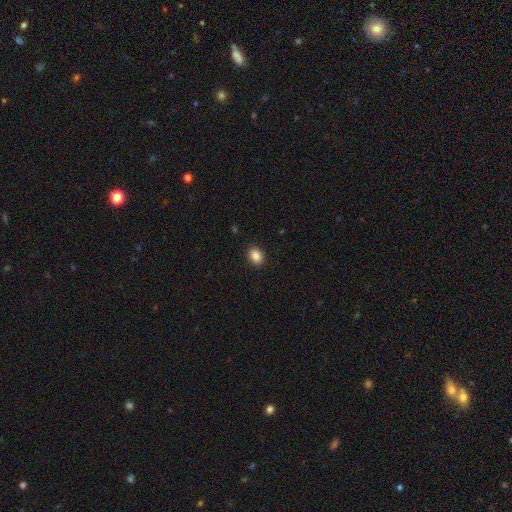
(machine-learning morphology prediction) A smooth galaxy with no disk features (88%) that is in between round and cigar-shaped (66%).

Vote fractions:
- Smooth or featured? smooth: 88% / star or artifact: 9% / featured or disk: 3%
- How rounded? in between: 66% / round: 33% / cigar-shaped: 1%
- Merging? none: 90% / minor disturbance: 7% / major disturbance: 2% / merger: 1%